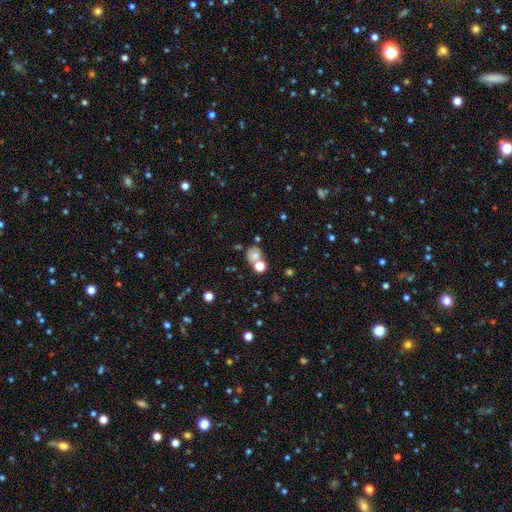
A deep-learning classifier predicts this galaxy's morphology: Smooth or featured?
  - smooth: 71% *
  - star or artifact: 16%
  - featured or disk: 13%
How rounded?
  - round: 72% *
  - in between: 27%
  - cigar-shaped: 1%
Merging?
  - none: 51% *
  - merger: 33%
  - minor disturbance: 10%
  - major disturbance: 5%